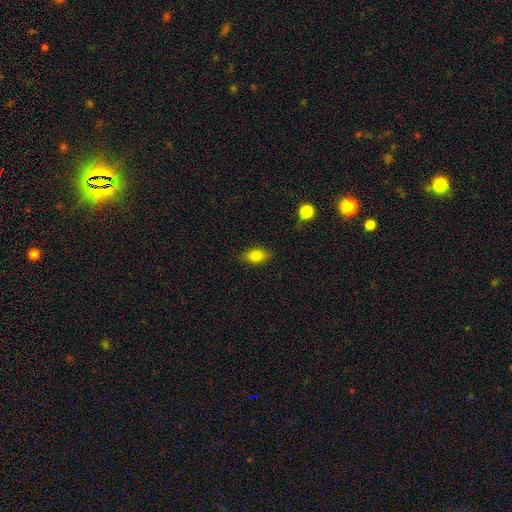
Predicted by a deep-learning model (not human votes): Smooth or featured?
  - smooth: 81% *
  - featured or disk: 11%
  - star or artifact: 9%
How rounded?
  - in between: 85% *
  - round: 11%
  - cigar-shaped: 5%
Merging?
  - none: 83% *
  - minor disturbance: 13%
  - major disturbance: 3%
  - merger: 1%